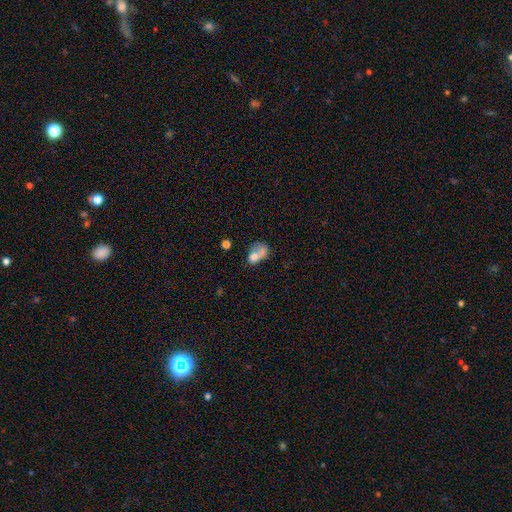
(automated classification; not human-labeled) smooth_or_featured: smooth (p=0.67) [alt: featured or disk p=0.22]
how_rounded: in between (p=0.66) [alt: round p=0.33]
merging: merger (p=0.52) [alt: none p=0.20]